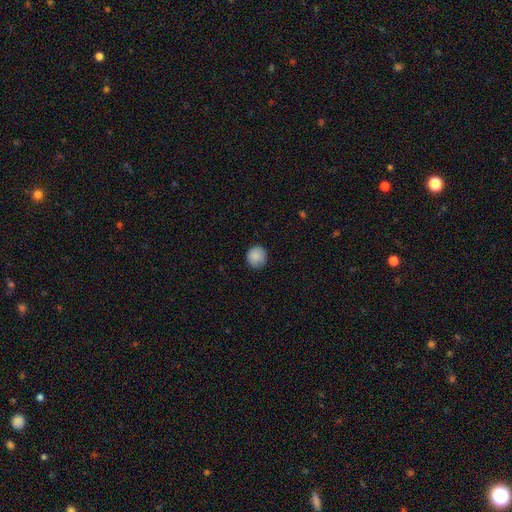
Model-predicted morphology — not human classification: Smooth or featured?
  - smooth: 88% *
  - star or artifact: 8%
  - featured or disk: 4%
How rounded?
  - round: 90% *
  - in between: 9%
  - cigar-shaped: 1%
Merging?
  - none: 87% *
  - minor disturbance: 10%
  - major disturbance: 2%
  - merger: 1%